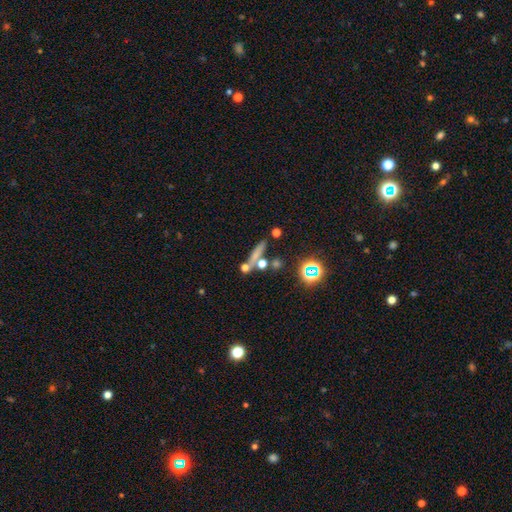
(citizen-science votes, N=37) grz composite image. It shows a smooth galaxy with no disk features (70%) that is cigar-shaped (73%). Merging: none (74%).